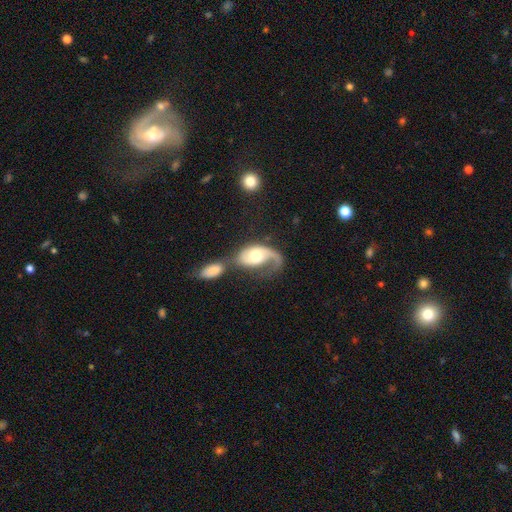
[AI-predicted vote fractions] Smooth or featured: featured or disk — 67% (smooth — 27%)
Edge-on disk: no — 96% (yes — 4%)
Bar: no — 69% (weak — 25%)
Spiral arms: yes — 88% (no — 12%)
Spiral winding: loose — 58% (medium — 28%)
Spiral arm count: 1 — 65% (2 — 28%)
Bulge size: moderate — 63% (large — 25%)
Merging: merger — 41% (major disturbance — 27%)